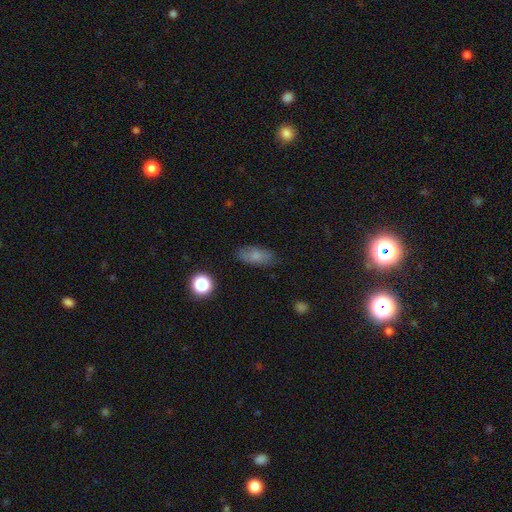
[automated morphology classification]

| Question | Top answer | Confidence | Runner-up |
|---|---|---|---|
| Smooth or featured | smooth | 76% | featured or disk (14%) |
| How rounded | in between | 85% | cigar-shaped (10%) |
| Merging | none | 80% | minor disturbance (15%) |